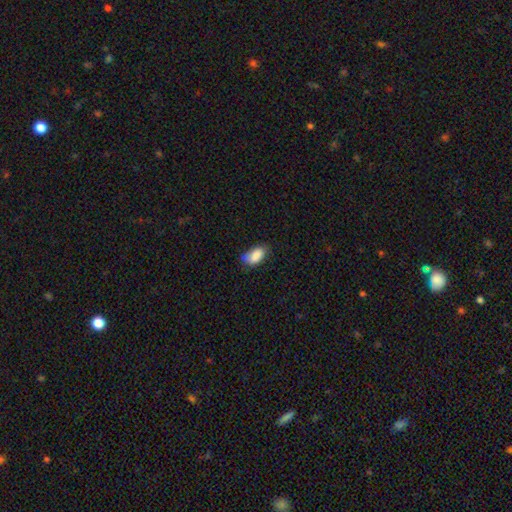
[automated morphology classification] The model was most divided on "merging": none: 54%, minor disturbance: 35%, major disturbance: 9%, merger: 3%. More confident: how rounded — in between (93%); smooth or featured — smooth (85%).